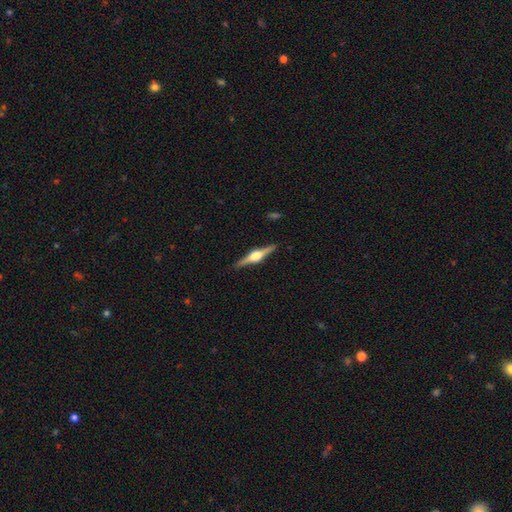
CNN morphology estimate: type=featured or disk (83%); edge-on=yes (98%); edge-on bulge=rounded (94%); merging=none (91%).